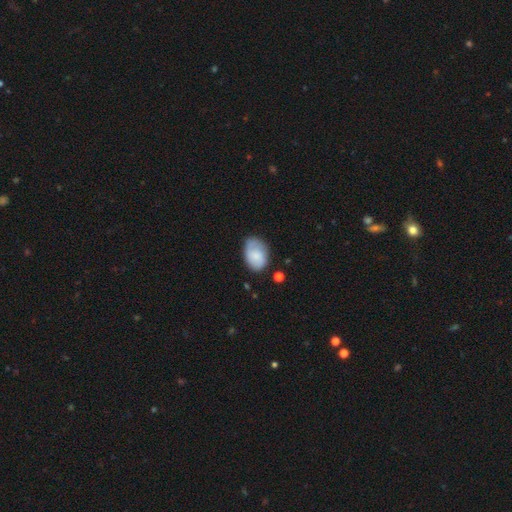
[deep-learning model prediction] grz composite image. It shows a smooth galaxy with no disk features (71%) that is in between round and cigar-shaped (84%). Merging: none (64%).